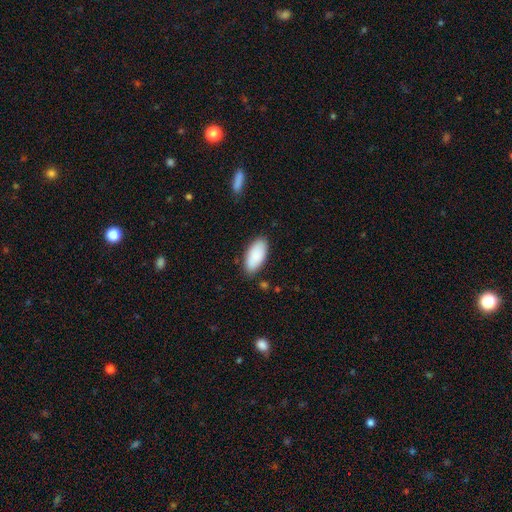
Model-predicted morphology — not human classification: Overall: smooth (88%). How rounded: in between (93%). Merging: none (84%).